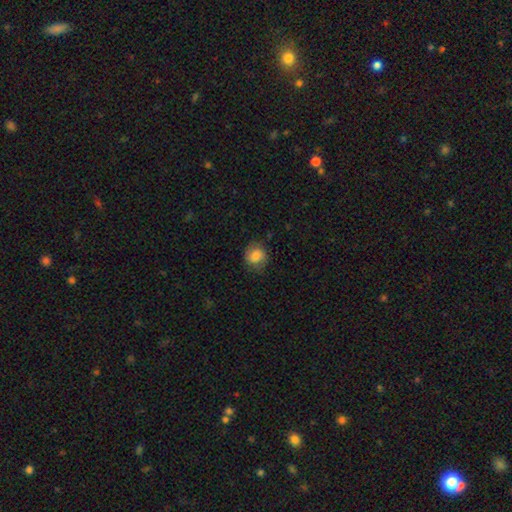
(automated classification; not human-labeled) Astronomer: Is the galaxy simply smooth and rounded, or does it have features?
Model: smooth — 72%.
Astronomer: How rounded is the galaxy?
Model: round — 75%.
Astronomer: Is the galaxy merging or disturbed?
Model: none — 72%.